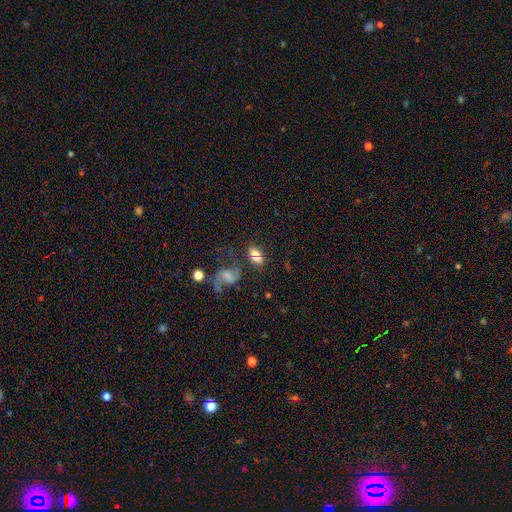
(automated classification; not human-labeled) Smooth or featured? smooth (68%)
How rounded? in between (85%)
Merging? none (52%)